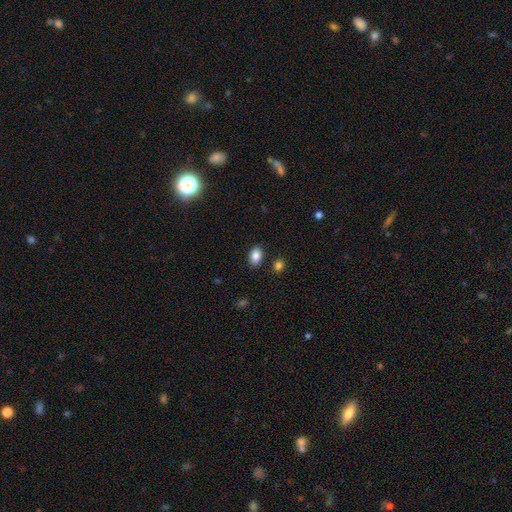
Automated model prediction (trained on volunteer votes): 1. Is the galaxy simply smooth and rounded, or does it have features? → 87% smooth, 9% star or artifact, 5% featured or disk.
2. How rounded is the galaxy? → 83% in between, 16% round, 1% cigar-shaped.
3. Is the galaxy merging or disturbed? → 86% none, 9% minor disturbance, 3% merger, 2% major disturbance.